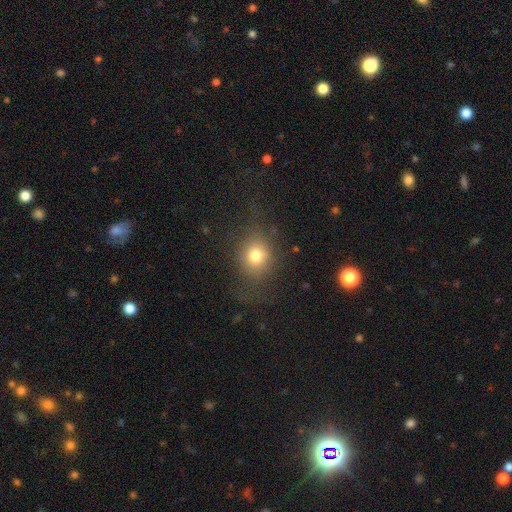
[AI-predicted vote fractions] Smooth or featured? smooth (74%)
How rounded? round (65%)
Merging? none (72%)